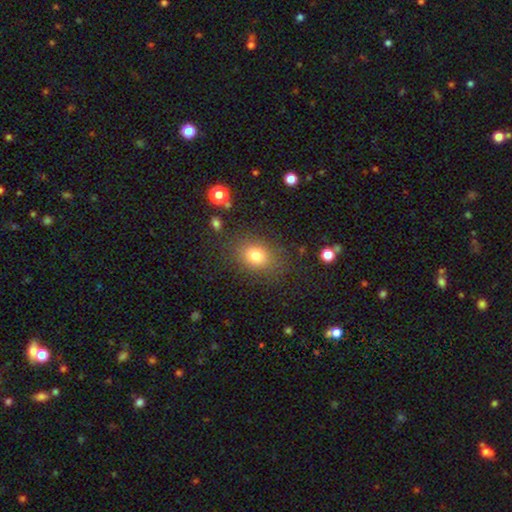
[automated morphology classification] Smooth or featured?
  - smooth: 78% *
  - star or artifact: 13%
  - featured or disk: 9%
How rounded?
  - round: 50% *
  - in between: 49%
  - cigar-shaped: 1%
Merging?
  - none: 80% *
  - minor disturbance: 12%
  - major disturbance: 6%
  - merger: 2%